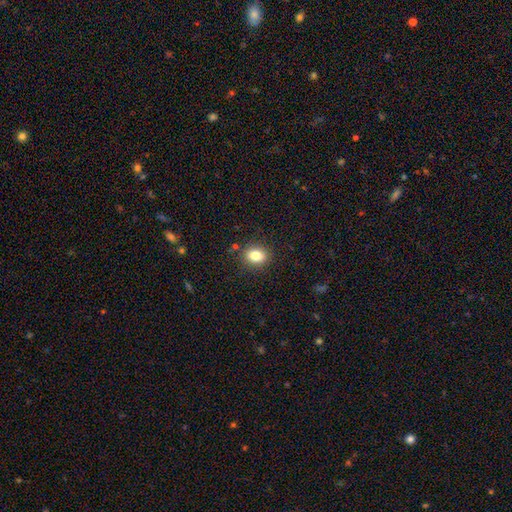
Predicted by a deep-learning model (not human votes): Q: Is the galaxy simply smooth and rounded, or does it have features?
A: smooth — 82%.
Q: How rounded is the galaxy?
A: in between — 57%.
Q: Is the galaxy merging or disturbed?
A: none — 86%.